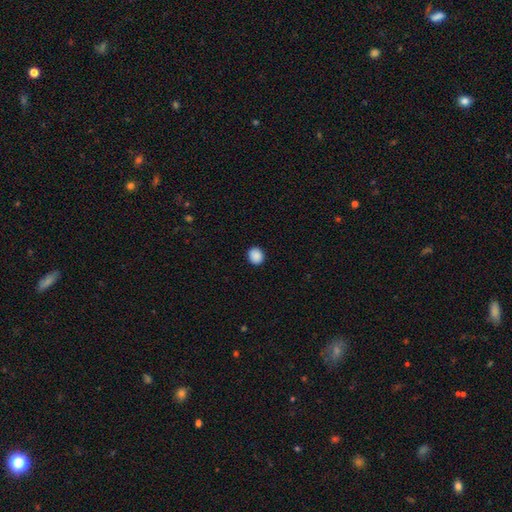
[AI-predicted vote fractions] This appears to be a smooth galaxy with no disk features (89%) that is round (72%). Merging: none (91%).